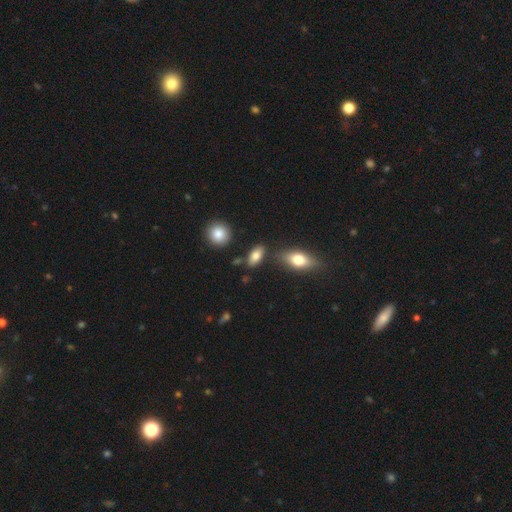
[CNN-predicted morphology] Smooth or featured? Predicted: smooth (p=0.79). How rounded? Predicted: in between (p=0.85). Merging? Predicted: none (p=0.78).